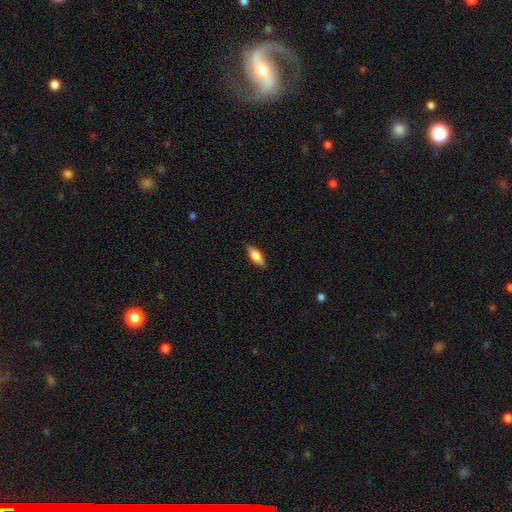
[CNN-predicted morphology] smooth 77%, featured or disk 17%, star or artifact 6%. Down the decision tree: how rounded — in between (73%); merging — none (86%).